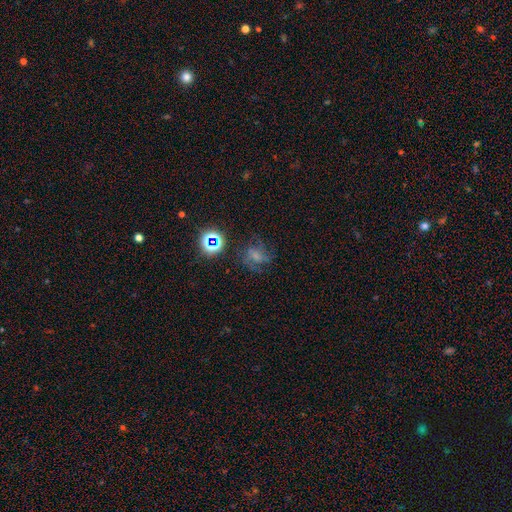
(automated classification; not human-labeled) Overall: featured or disk (39%; smooth 34%). Merging: none (56%; major disturbance 21%).